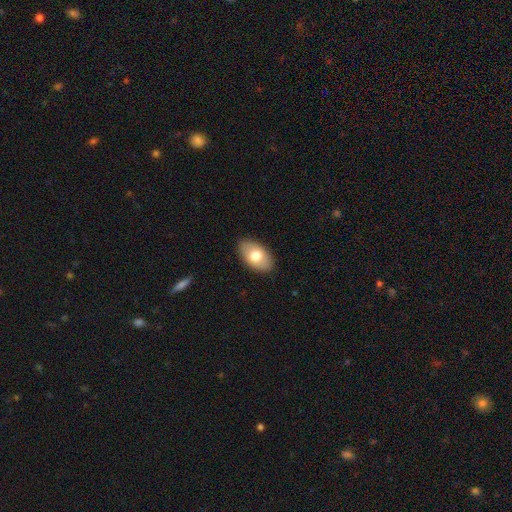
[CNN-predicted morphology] A smooth galaxy with no disk features (72%) that is in between round and cigar-shaped (94%).

Vote fractions:
- Smooth or featured? smooth: 72% / featured or disk: 22% / star or artifact: 6%
- How rounded? in between: 94% / round: 5% / cigar-shaped: 1%
- Merging? none: 87% / minor disturbance: 10% / major disturbance: 2% / merger: 1%